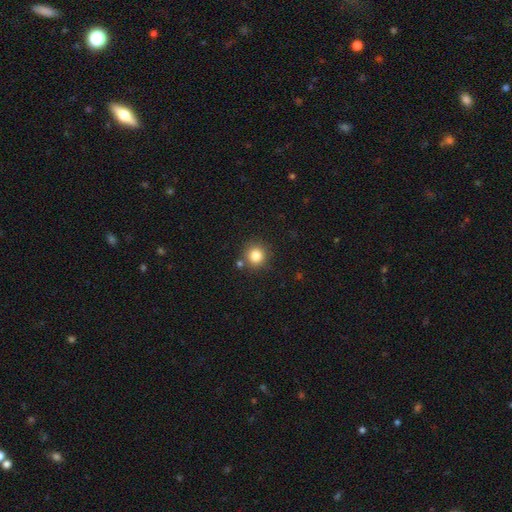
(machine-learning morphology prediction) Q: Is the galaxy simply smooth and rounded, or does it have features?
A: smooth — 83%.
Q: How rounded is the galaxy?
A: round — 93%.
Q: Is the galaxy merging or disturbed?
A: none — 83%.